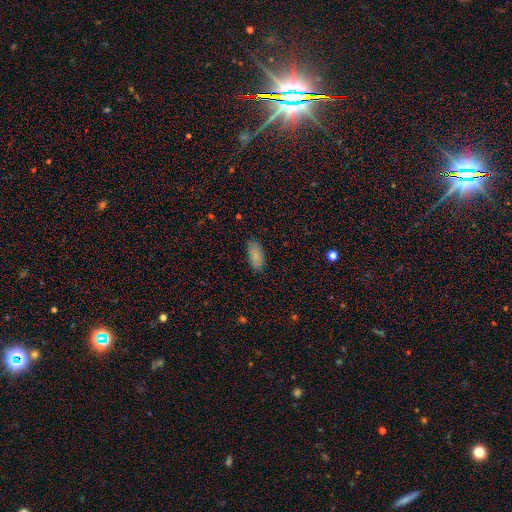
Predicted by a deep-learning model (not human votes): A smooth galaxy with no disk features (83%) that is in between round and cigar-shaped (90%).

Vote fractions:
- Smooth or featured? smooth: 83% / star or artifact: 8% / featured or disk: 8%
- How rounded? in between: 90% / cigar-shaped: 7% / round: 3%
- Merging? none: 82% / minor disturbance: 14% / major disturbance: 3% / merger: 1%